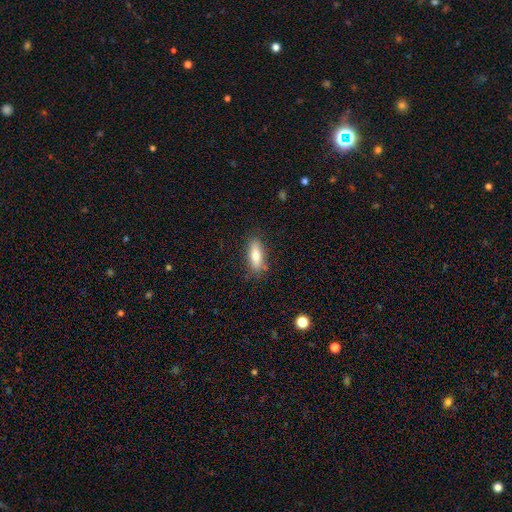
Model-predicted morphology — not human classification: A smooth galaxy with no disk features (77%) that is in between round and cigar-shaped (63%). Merging: none (83%).